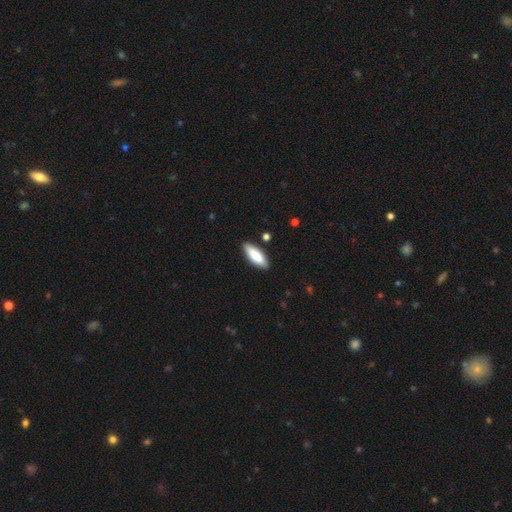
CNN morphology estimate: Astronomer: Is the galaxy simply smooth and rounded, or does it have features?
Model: smooth — 82%.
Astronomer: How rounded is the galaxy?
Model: in between — 62%.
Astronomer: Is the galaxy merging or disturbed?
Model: none — 87%.